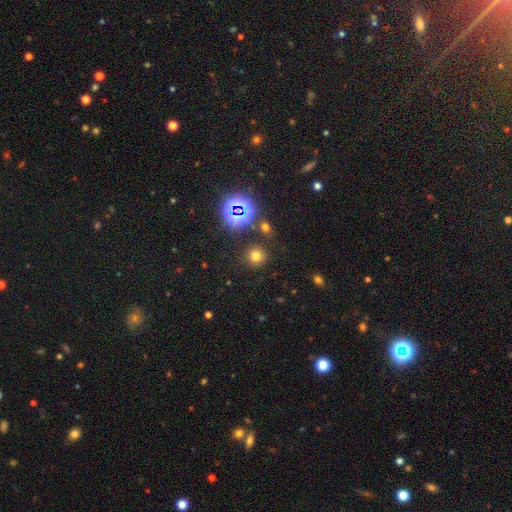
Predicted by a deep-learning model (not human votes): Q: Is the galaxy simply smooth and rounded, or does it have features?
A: smooth — 68%.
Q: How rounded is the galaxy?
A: round — 92%.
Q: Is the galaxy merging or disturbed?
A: none — 85%.